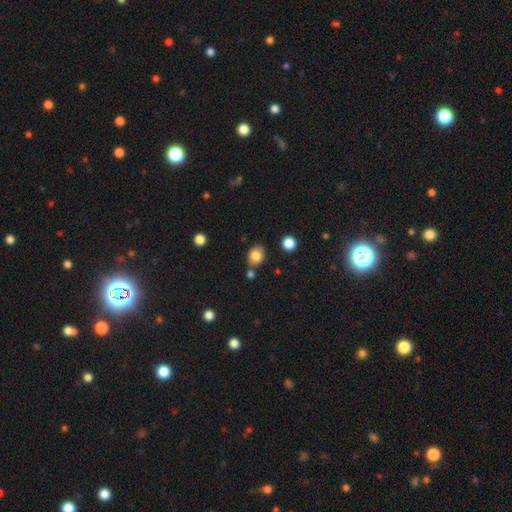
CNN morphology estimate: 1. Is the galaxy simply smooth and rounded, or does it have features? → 83% smooth, 10% star or artifact, 7% featured or disk.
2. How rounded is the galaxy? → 52% round, 47% in between, 1% cigar-shaped.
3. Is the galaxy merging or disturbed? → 75% none, 13% minor disturbance, 9% merger, 3% major disturbance.